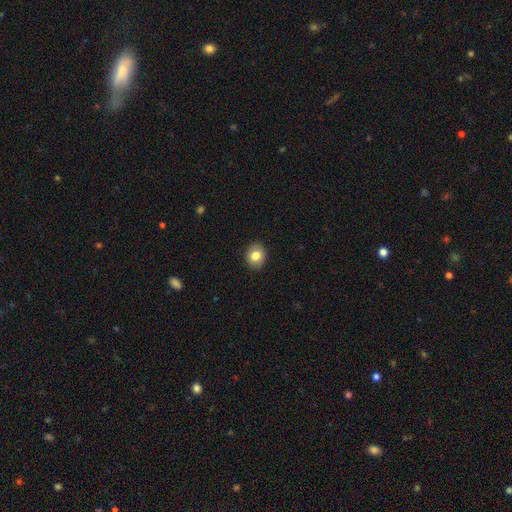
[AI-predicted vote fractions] Q: Smooth or featured?
A: smooth (82%); runner-up: featured or disk (9%)
Q: How rounded?
A: round (63%); runner-up: in between (36%)
Q: Merging?
A: none (90%); runner-up: minor disturbance (7%)